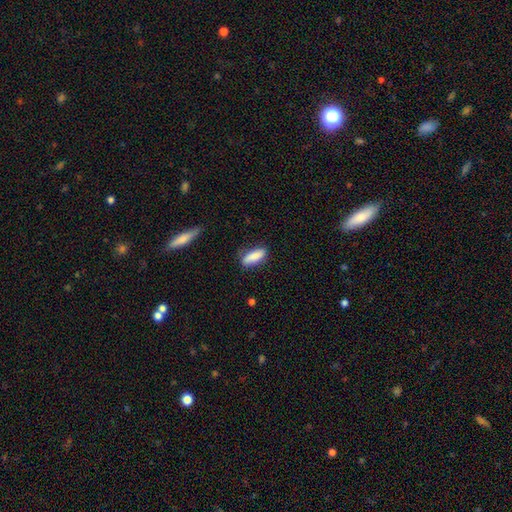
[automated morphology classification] This is clearly a smooth galaxy (86%). How rounded: likely in between (63%). Merging: likely none (71%).